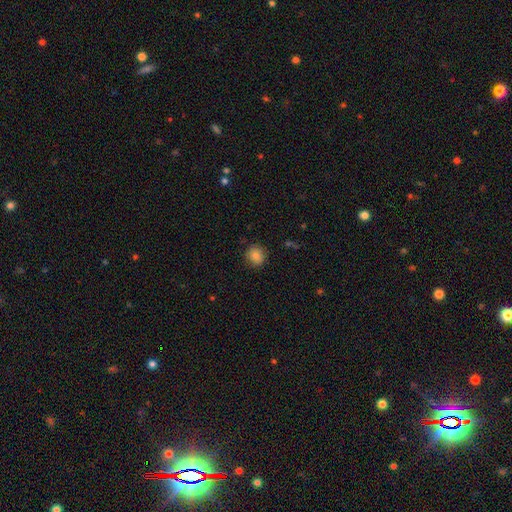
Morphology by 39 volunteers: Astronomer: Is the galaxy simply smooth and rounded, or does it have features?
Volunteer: smooth — 92%.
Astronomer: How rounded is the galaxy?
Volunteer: round — 89%.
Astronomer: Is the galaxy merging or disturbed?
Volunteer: none — 95%.